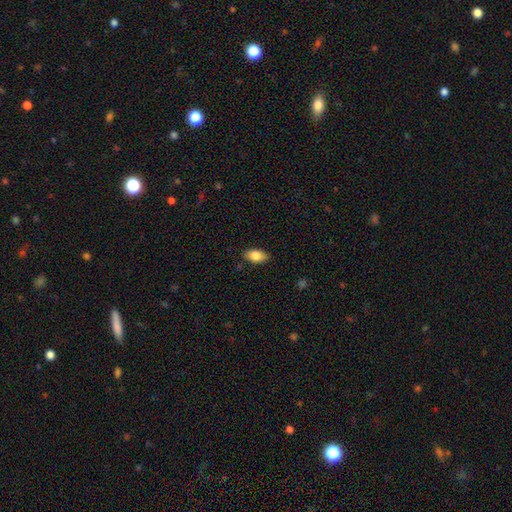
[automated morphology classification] smooth-or-featured: smooth: 83% | featured or disk: 10% | star or artifact: 7%
  how-rounded: in between: 92% | round: 4% | cigar-shaped: 4%
  merging: none: 86% | minor disturbance: 11% | major disturbance: 2% | merger: 1%